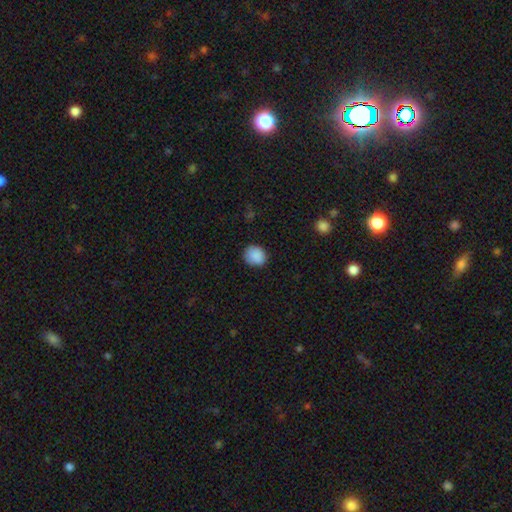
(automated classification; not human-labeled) A smooth galaxy with no disk features (88%) that is round (74%). Merging: none (82%).